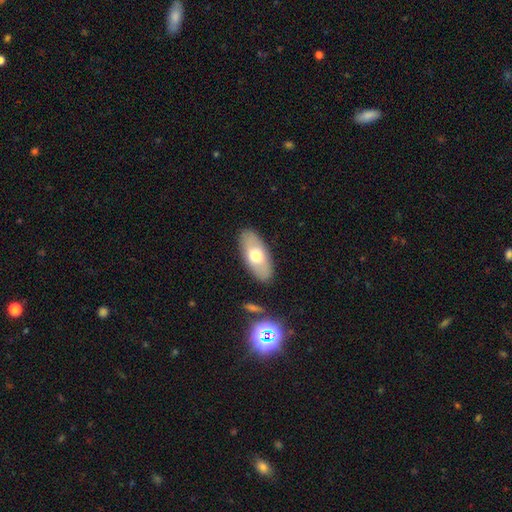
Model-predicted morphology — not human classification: A smooth galaxy with no disk features (63%) that is in between round and cigar-shaped (89%).

Vote fractions:
- Smooth or featured? smooth: 63% / featured or disk: 30% / star or artifact: 7%
- How rounded? in between: 89% / cigar-shaped: 8% / round: 3%
- Merging? none: 87% / minor disturbance: 9% / major disturbance: 2% / merger: 2%